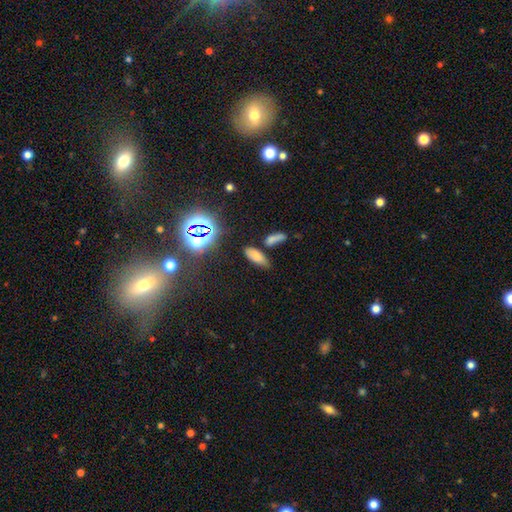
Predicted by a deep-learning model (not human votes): A smooth galaxy with no disk features (68%) that is in between round and cigar-shaped (76%). Merging: none (65%).